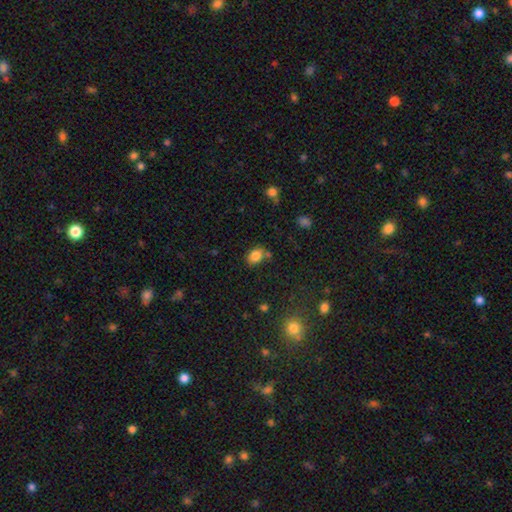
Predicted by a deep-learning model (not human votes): A smooth galaxy with no disk features (83%) that is in between round and cigar-shaped (67%).

Vote fractions:
- Smooth or featured? smooth: 83% / star or artifact: 10% / featured or disk: 7%
- How rounded? in between: 67% / round: 32% / cigar-shaped: 1%
- Merging? none: 65% / minor disturbance: 17% / merger: 13% / major disturbance: 5%